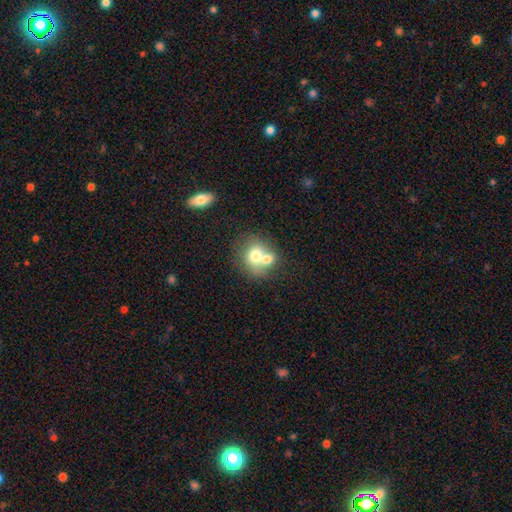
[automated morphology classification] smooth-or-featured: smooth: 69% | featured or disk: 22% | star or artifact: 10%
  how-rounded: round: 70% | in between: 29% | cigar-shaped: 1%
  merging: merger: 57% | none: 32% | minor disturbance: 8% | major disturbance: 4%